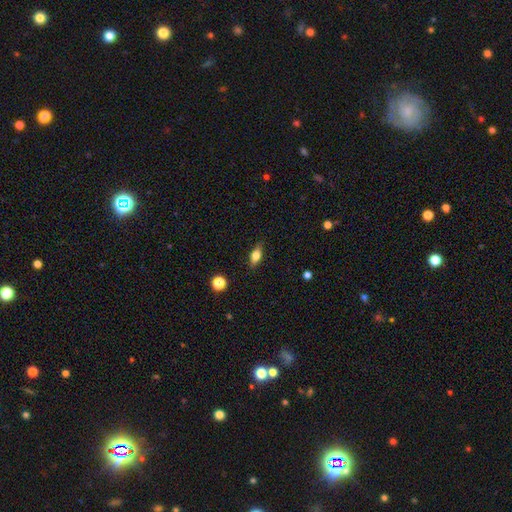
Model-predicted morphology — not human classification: A smooth galaxy with no disk features (65%) that is in between round and cigar-shaped (74%). Merging: none (84%).